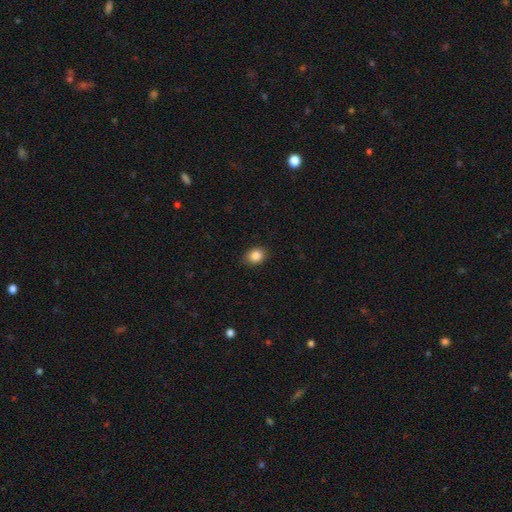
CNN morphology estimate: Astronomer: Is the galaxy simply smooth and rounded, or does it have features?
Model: smooth — 86%.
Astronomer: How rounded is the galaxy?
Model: in between — 52% (runner-up: round, 47%).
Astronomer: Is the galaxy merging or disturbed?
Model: none — 84%.